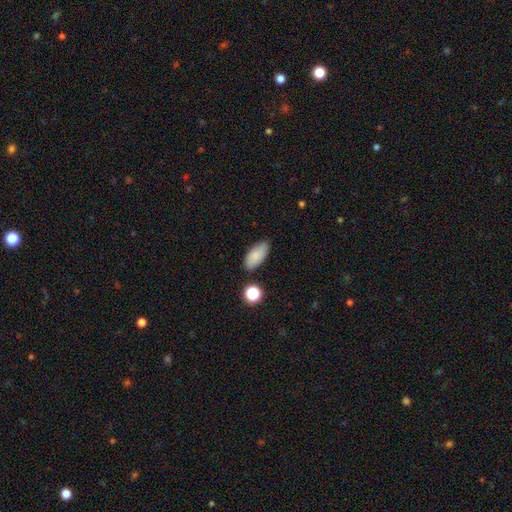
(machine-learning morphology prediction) smooth-or-featured: smooth: 83% | star or artifact: 8% | featured or disk: 8%
  how-rounded: in between: 90% | cigar-shaped: 6% | round: 3%
  merging: none: 81% | minor disturbance: 13% | merger: 3% | major disturbance: 3%